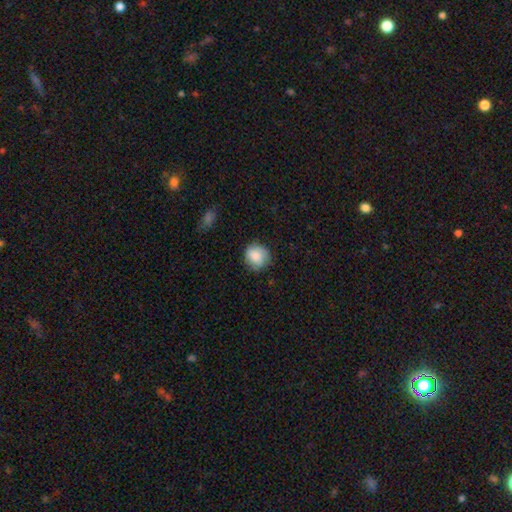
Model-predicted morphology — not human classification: smooth-or-featured: smooth: 86% | featured or disk: 7% | star or artifact: 7%
  how-rounded: round: 87% | in between: 12% | cigar-shaped: 1%
  merging: none: 79% | minor disturbance: 16% | major disturbance: 4% | merger: 1%